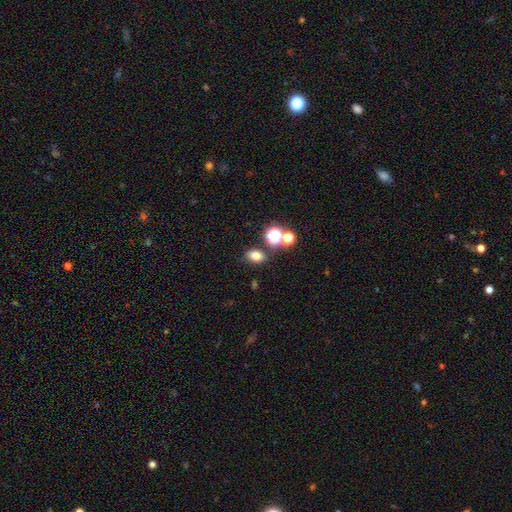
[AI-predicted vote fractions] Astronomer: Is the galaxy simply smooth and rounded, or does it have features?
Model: smooth — 76%.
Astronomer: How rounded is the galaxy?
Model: in between — 72%.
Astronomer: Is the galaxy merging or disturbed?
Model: none — 77%.